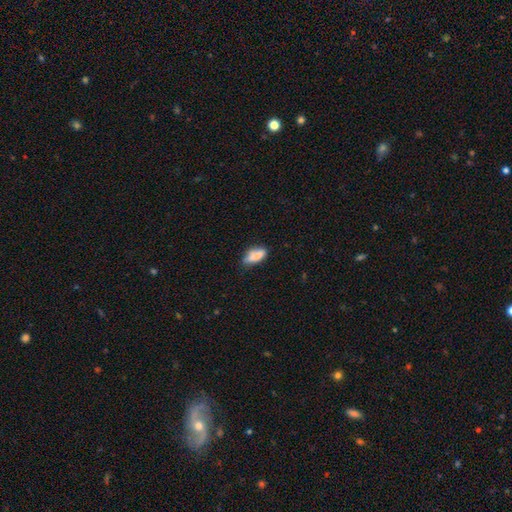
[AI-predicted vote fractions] Smooth or featured? Predicted: smooth (p=0.82). How rounded? Predicted: in between (p=0.79). Merging? Predicted: none (p=0.58).